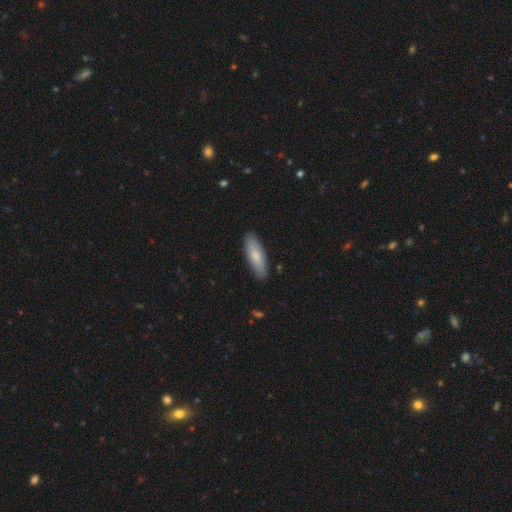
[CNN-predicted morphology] Smooth or featured?
  - smooth: 75% *
  - featured or disk: 20%
  - star or artifact: 5%
How rounded?
  - in between: 51% *
  - cigar-shaped: 47%
  - round: 2%
Merging?
  - none: 87% *
  - minor disturbance: 10%
  - major disturbance: 2%
  - merger: 1%